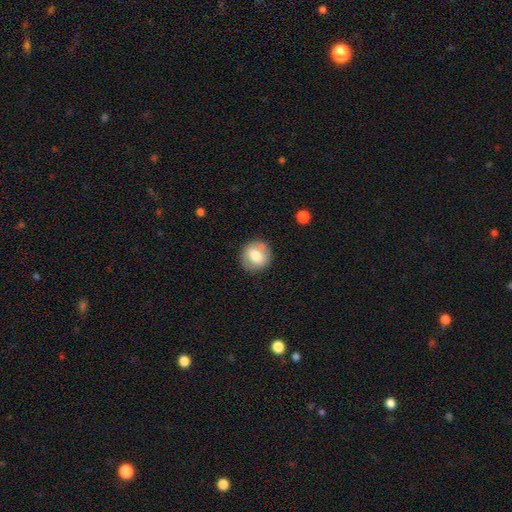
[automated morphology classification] type=smooth (74%); roundness=round (86%); merging=none (80%).